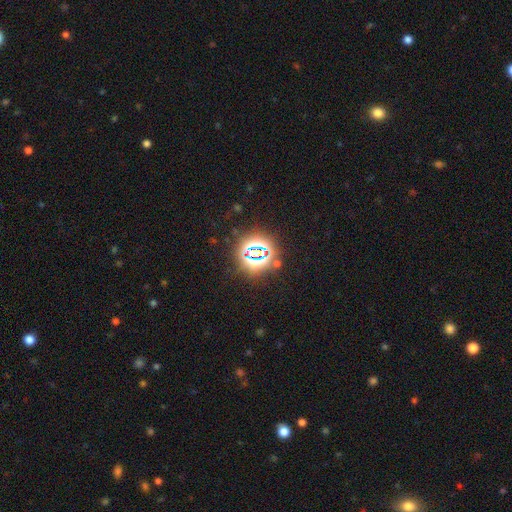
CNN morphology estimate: This is likely a star or artifact rather than a galaxy (78%).